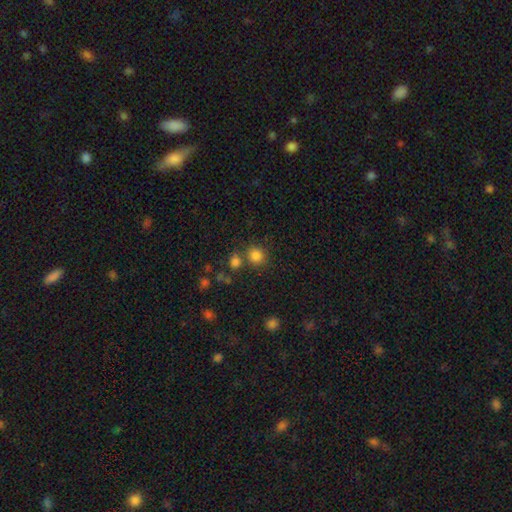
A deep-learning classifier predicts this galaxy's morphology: This appears to be a smooth galaxy with no disk features (82%) that is round (87%). Merging: none (71%).